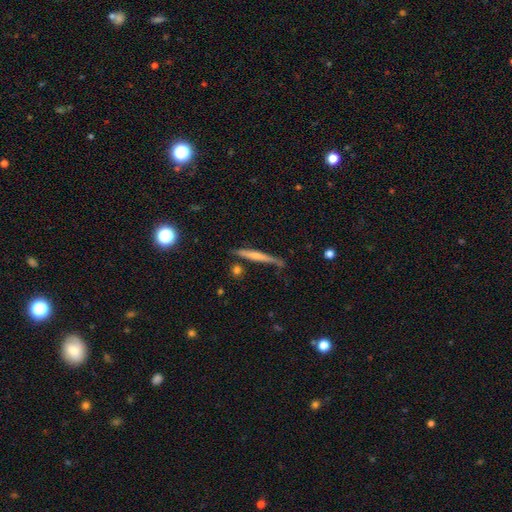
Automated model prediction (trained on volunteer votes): Smooth or featured? featured or disk (47%)
Merging? none (70%)